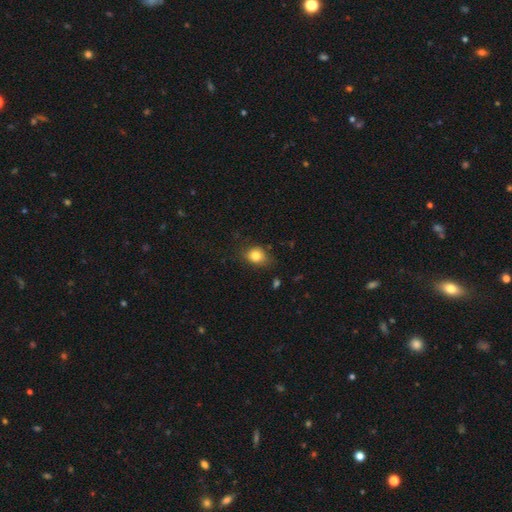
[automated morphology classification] A smooth galaxy with no disk features (82%) that is round (53%).

Vote fractions:
- Smooth or featured? smooth: 82% / star or artifact: 10% / featured or disk: 8%
- How rounded? round: 53% / in between: 45% / cigar-shaped: 1%
- Merging? none: 69% / minor disturbance: 23% / major disturbance: 6% / merger: 2%